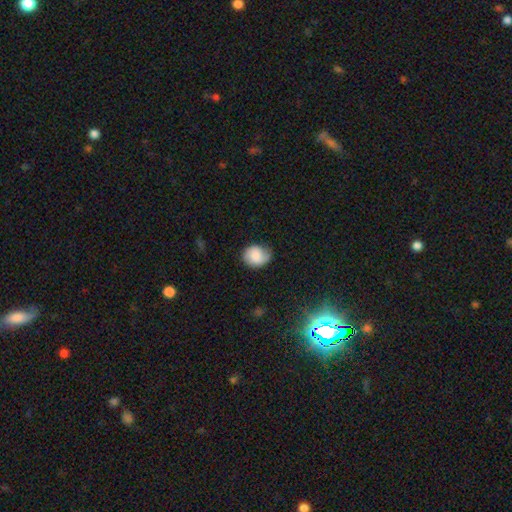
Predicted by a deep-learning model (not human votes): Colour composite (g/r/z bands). It shows a smooth galaxy with no disk features (74%) that is round (59%). Merging: none (62%).